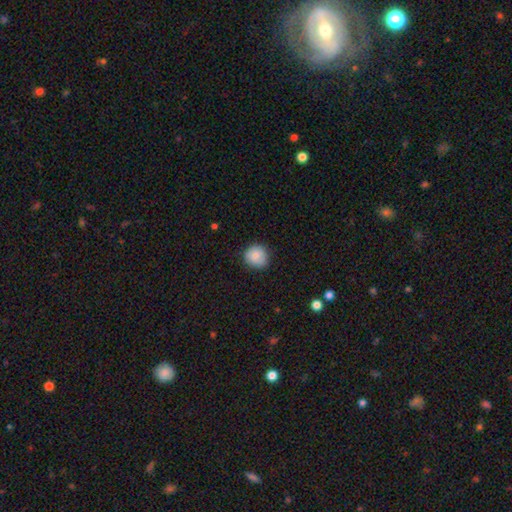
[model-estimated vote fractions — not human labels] Morphology: type=smooth (86%); roundness=round (90%); merging=none (83%).